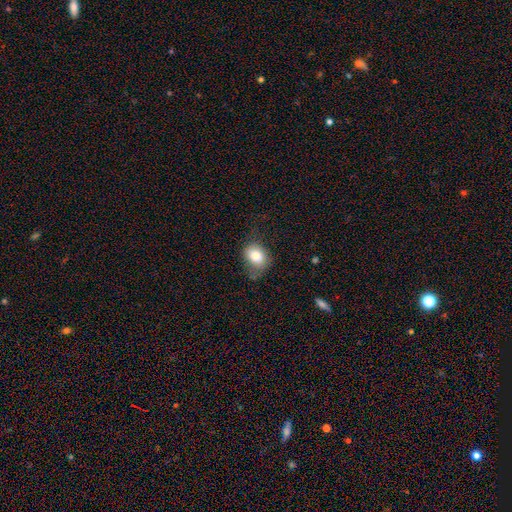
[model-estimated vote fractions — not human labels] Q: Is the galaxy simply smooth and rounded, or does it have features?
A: smooth — 79%.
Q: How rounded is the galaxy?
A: in between — 61%.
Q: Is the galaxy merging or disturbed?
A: none — 51%.